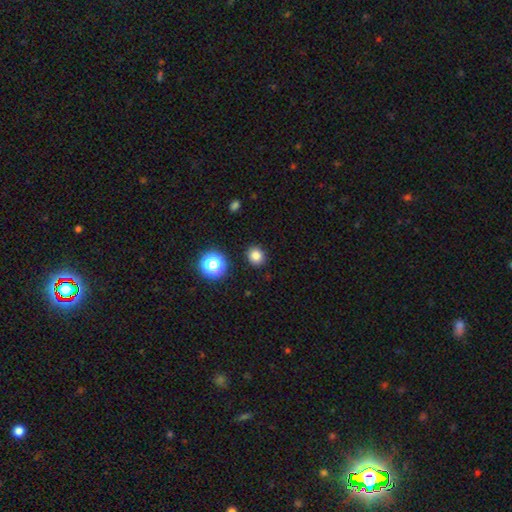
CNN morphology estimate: Overall: smooth (81%). How rounded: round (82%). Merging: none (89%).